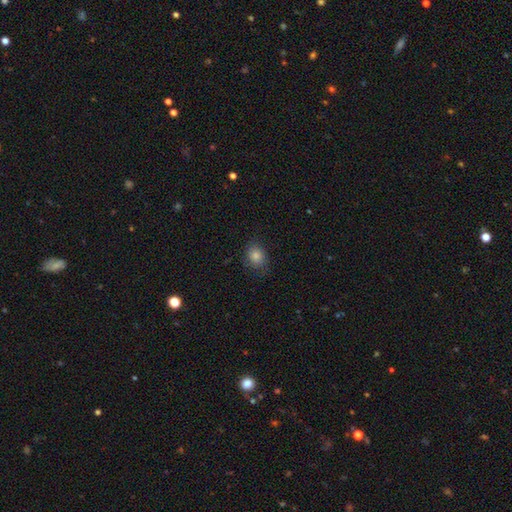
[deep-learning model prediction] Q: Smooth or featured?
A: smooth (76%); runner-up: star or artifact (14%)
Q: How rounded?
A: round (55%); runner-up: in between (44%)
Q: Merging?
A: none (76%); runner-up: minor disturbance (18%)